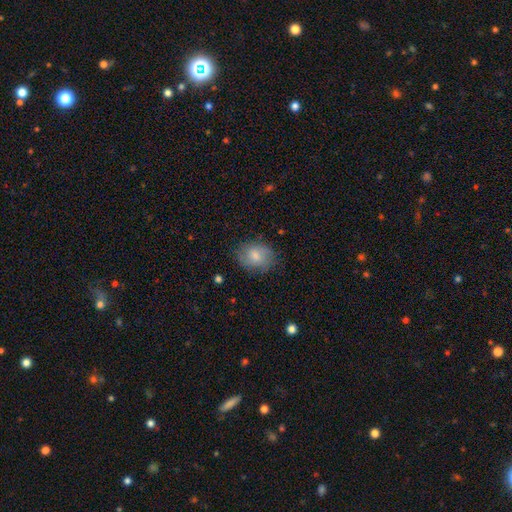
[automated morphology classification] This appears to be a smooth galaxy with no disk features (77%) that is in between round and cigar-shaped (56%). Merging: none (76%).